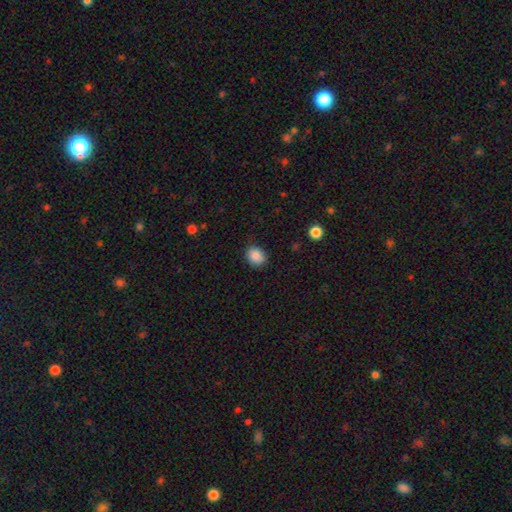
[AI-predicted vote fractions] Overall: smooth (88%). How rounded: round (55%; in between 45%). Merging: none (83%).